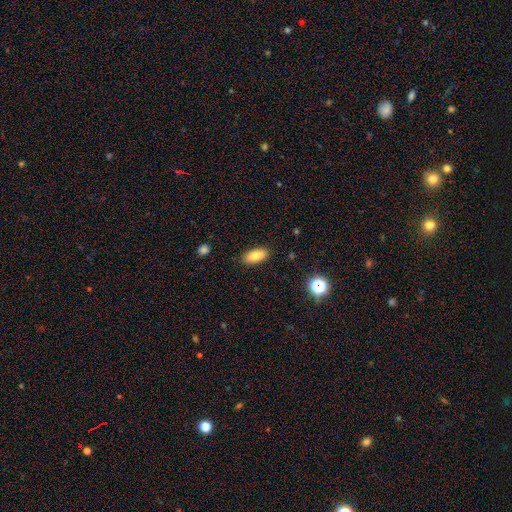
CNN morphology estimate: Smooth or featured? smooth (81%)
How rounded? in between (84%)
Merging? none (88%)